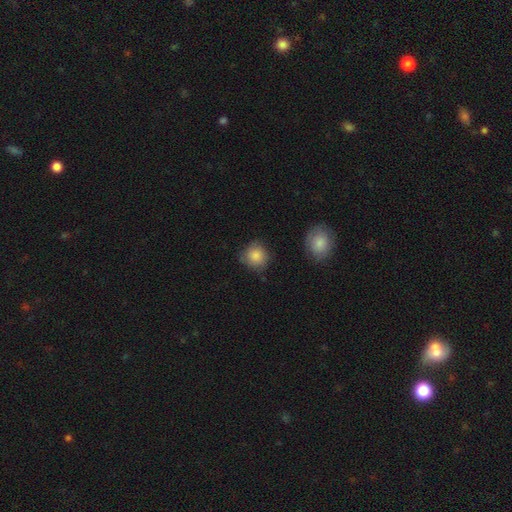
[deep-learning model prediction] This is clearly a smooth galaxy (83%). How rounded: clearly round (88%). Merging: likely none (71%).